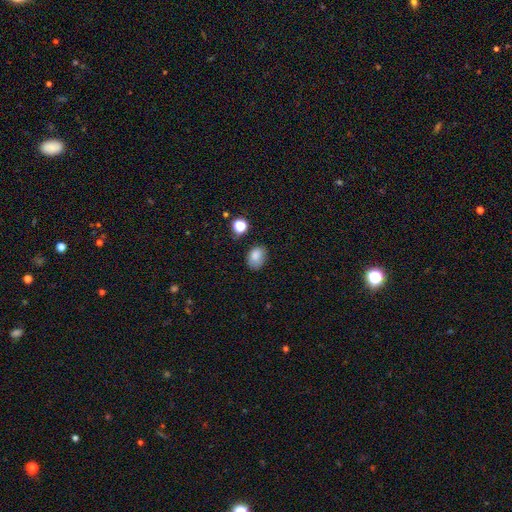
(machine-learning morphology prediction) The model was most divided on "how rounded": in between: 69%, round: 30%, cigar-shaped: 1%. More confident: smooth or featured — smooth (83%); merging — none (70%).